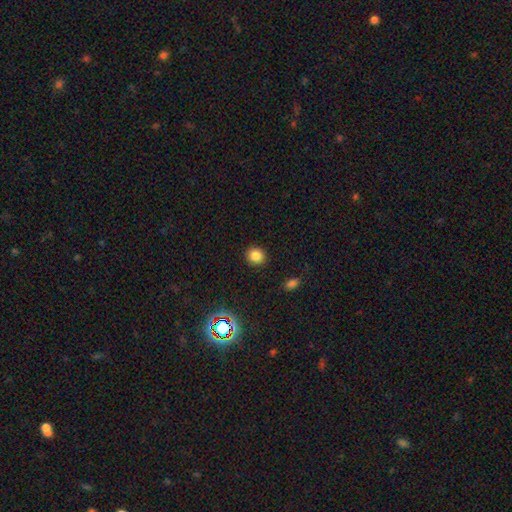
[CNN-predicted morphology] Smooth or featured?
  - smooth: 83% *
  - star or artifact: 12%
  - featured or disk: 5%
How rounded?
  - round: 86% *
  - in between: 13%
  - cigar-shaped: 1%
Merging?
  - none: 91% *
  - minor disturbance: 6%
  - major disturbance: 2%
  - merger: 1%